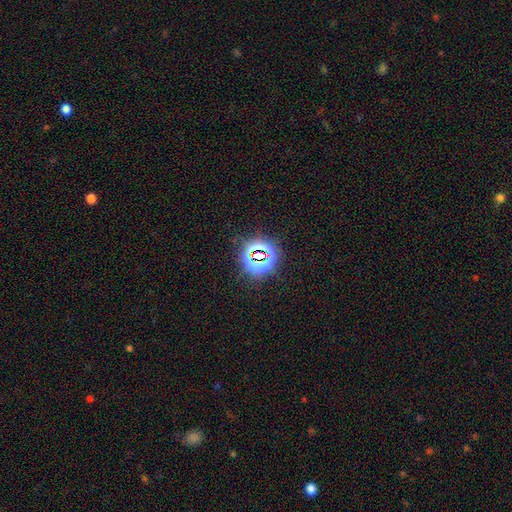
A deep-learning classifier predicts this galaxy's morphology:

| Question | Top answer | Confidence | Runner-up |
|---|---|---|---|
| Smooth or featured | star or artifact | 79% | smooth (14%) |